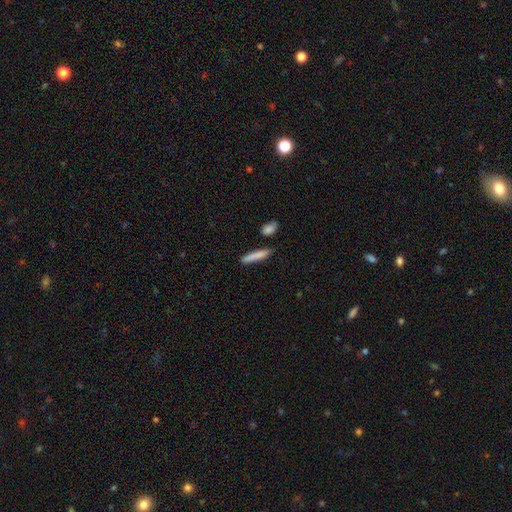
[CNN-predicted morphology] Q: Smooth or featured?
A: smooth (82%); runner-up: featured or disk (12%)
Q: How rounded?
A: cigar-shaped (88%); runner-up: in between (10%)
Q: Merging?
A: none (82%); runner-up: minor disturbance (11%)